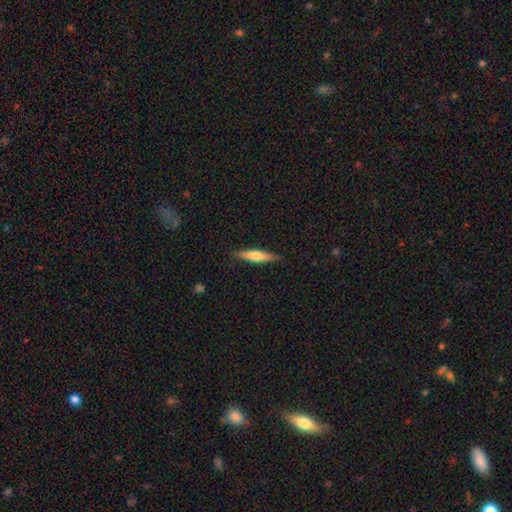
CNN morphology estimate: smooth-or-featured: smooth: 52% | featured or disk: 43% | star or artifact: 5%
  how-rounded: cigar-shaped: 83% | in between: 15% | round: 2%
  merging: none: 87% | minor disturbance: 10% | major disturbance: 2% | merger: 1%